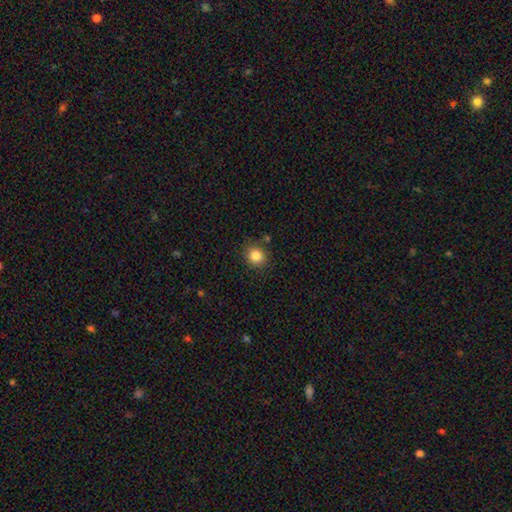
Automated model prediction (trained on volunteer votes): The model was most divided on "how rounded": round: 81%, in between: 18%, cigar-shaped: 1%. More confident: smooth or featured — smooth (84%); merging — none (83%).